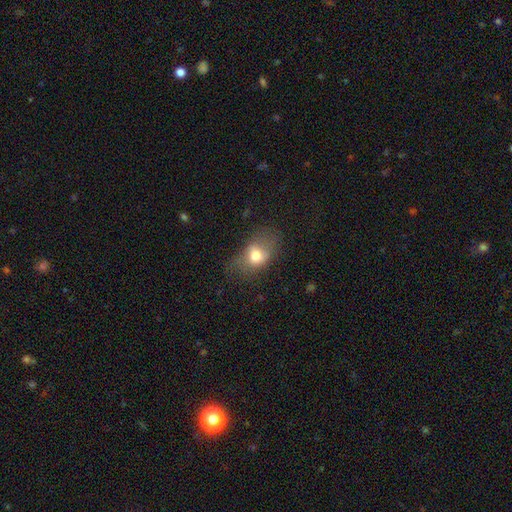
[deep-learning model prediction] The model was most divided on "merging": none: 46%, minor disturbance: 28%, major disturbance: 24%, merger: 2%. More confident: how rounded — in between (75%); smooth or featured — smooth (70%).